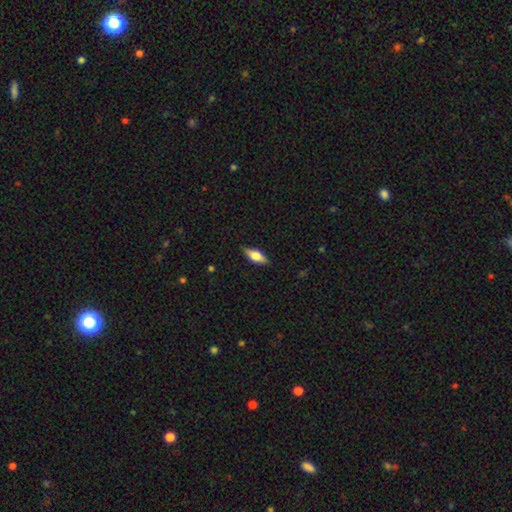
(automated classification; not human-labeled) Overall: smooth (62%; featured or disk 32%). How rounded: in between (76%). Merging: none (87%).